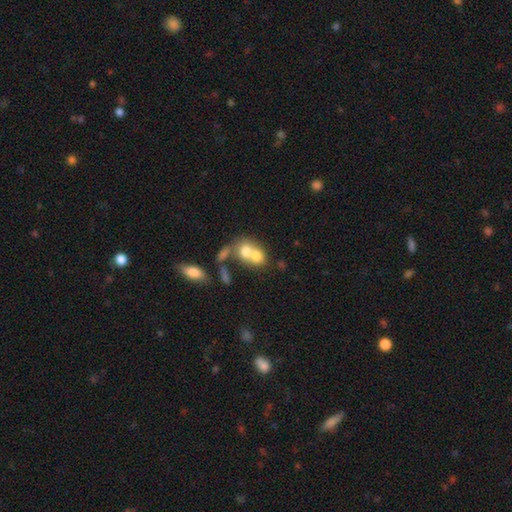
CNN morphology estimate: smooth 69%, featured or disk 22%, star or artifact 10%. Down the decision tree: how rounded — round (53%); merging — merger (71%).